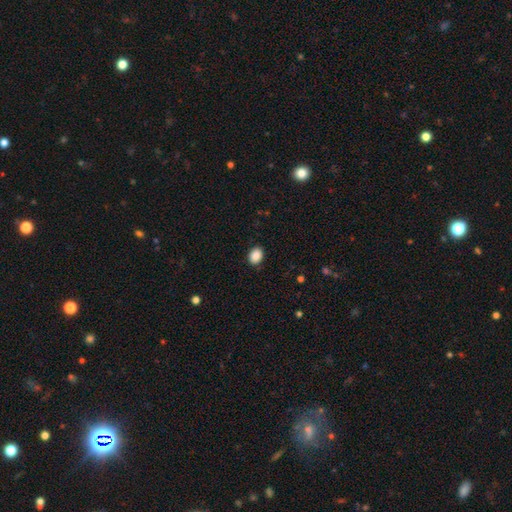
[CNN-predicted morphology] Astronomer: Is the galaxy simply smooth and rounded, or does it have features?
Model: smooth — 89%.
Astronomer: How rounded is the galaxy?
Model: in between — 63%.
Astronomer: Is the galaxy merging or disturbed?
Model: none — 88%.